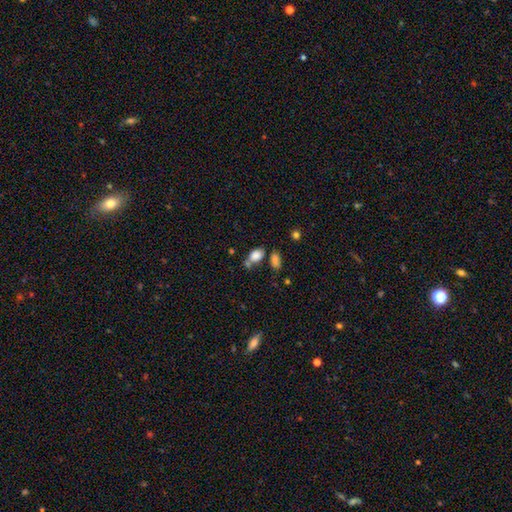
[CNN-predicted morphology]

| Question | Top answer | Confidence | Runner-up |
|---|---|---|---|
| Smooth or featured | smooth | 83% | star or artifact (10%) |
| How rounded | in between | 84% | round (14%) |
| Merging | none | 49% | merger (30%) |